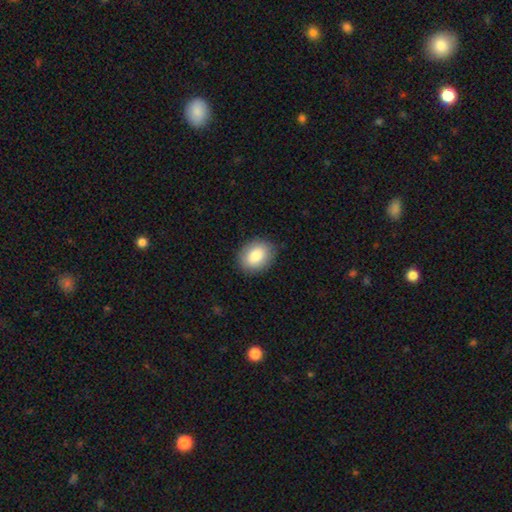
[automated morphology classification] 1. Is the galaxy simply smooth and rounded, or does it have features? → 85% smooth, 8% featured or disk, 7% star or artifact.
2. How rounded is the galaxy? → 67% in between, 32% round, 1% cigar-shaped.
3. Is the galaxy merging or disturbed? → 87% none, 10% minor disturbance, 2% major disturbance, 1% merger.